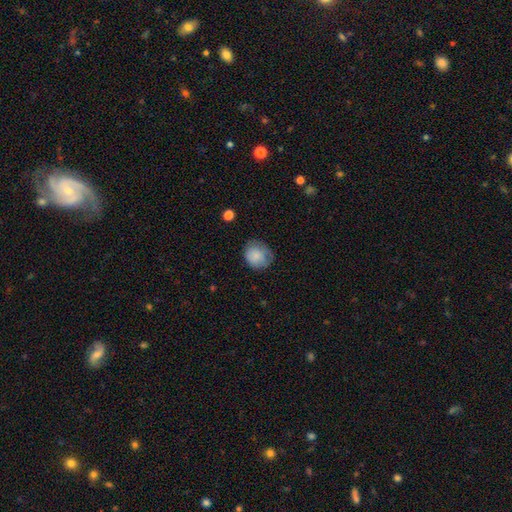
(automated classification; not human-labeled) This is clearly a smooth galaxy (83%). How rounded: likely round (70%). Merging: likely none (65%).